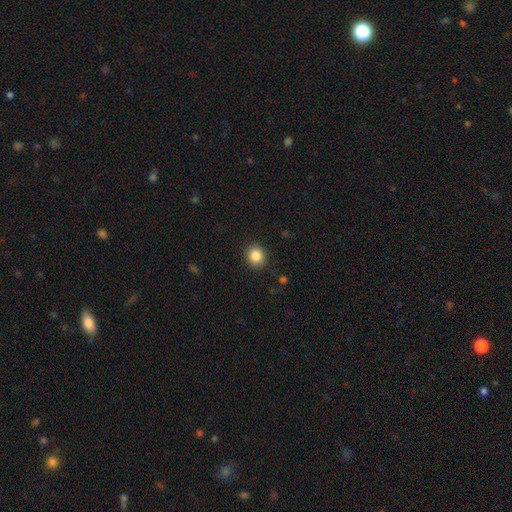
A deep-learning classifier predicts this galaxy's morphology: Overall: smooth (86%). How rounded: round (82%). Merging: none (90%).